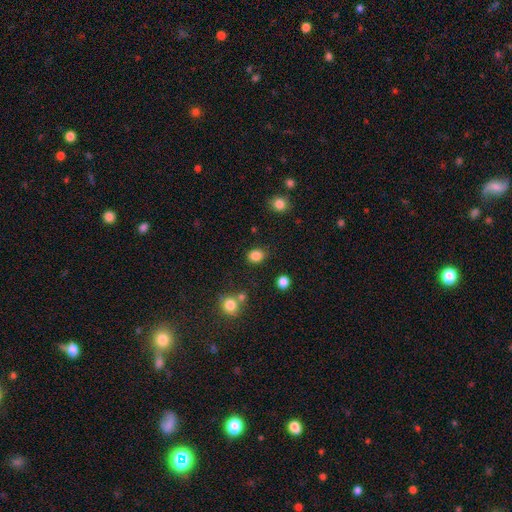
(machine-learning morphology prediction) Smooth or featured: smooth — 85% (star or artifact — 11%)
How rounded: round — 52% (in between — 47%)
Merging: none — 82% (minor disturbance — 11%)